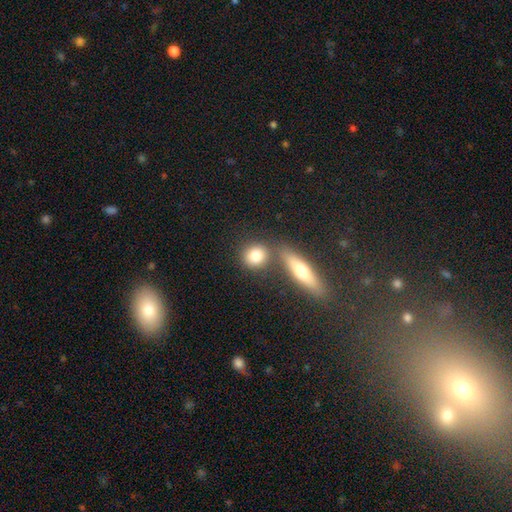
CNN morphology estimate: Overall: smooth (80%). How rounded: round (76%). Merging: none (64%; merger 24%).